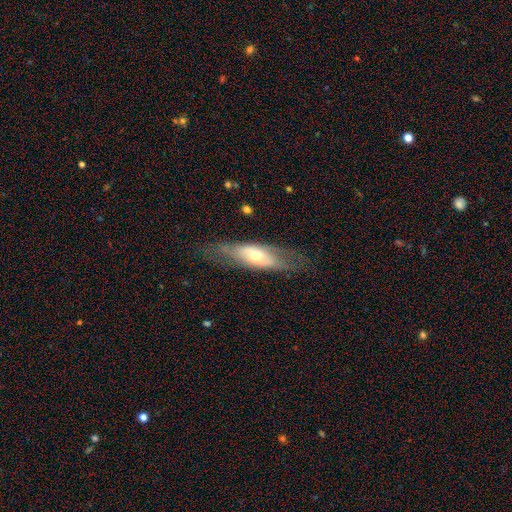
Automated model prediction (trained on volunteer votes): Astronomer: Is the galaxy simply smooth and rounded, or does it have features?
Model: featured or disk — 55% (runner-up: smooth, 38%).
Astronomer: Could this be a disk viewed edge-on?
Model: no — 65%.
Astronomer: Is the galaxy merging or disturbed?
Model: none — 69%.